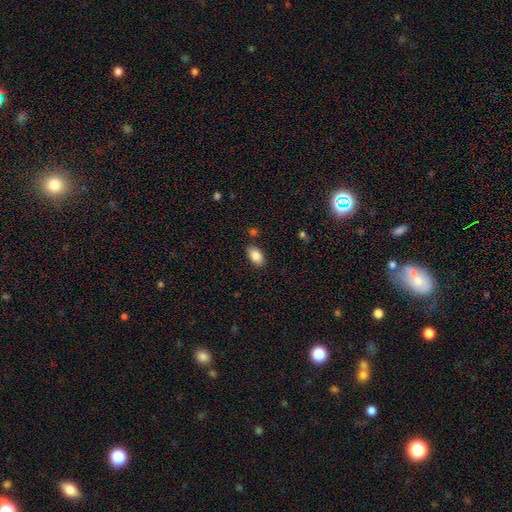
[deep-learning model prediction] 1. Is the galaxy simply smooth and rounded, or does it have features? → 85% smooth, 8% star or artifact, 7% featured or disk.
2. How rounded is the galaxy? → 93% in between, 6% round, 2% cigar-shaped.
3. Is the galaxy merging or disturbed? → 86% none, 10% minor disturbance, 2% merger, 2% major disturbance.